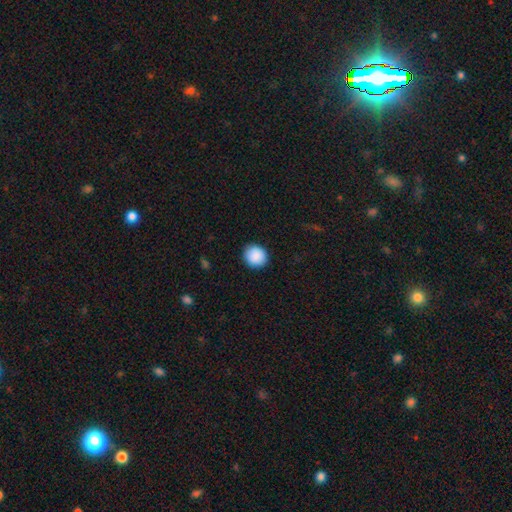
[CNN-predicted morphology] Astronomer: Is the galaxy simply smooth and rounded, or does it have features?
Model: smooth — 90%.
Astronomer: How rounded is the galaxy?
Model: round — 87%.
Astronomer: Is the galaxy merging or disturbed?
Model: none — 91%.